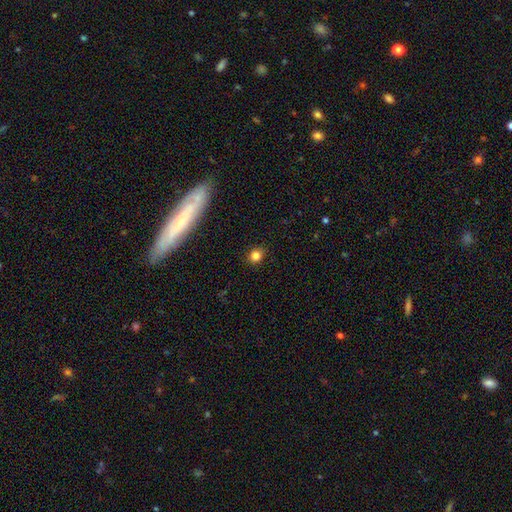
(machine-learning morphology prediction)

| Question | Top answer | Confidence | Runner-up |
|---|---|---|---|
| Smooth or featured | smooth | 82% | star or artifact (13%) |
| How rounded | round | 76% | in between (22%) |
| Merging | none | 89% | minor disturbance (8%) |